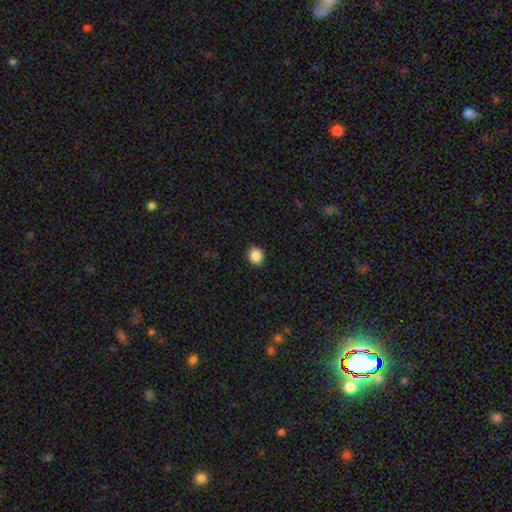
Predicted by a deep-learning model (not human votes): Overall: smooth (88%). How rounded: round (84%). Merging: none (89%).